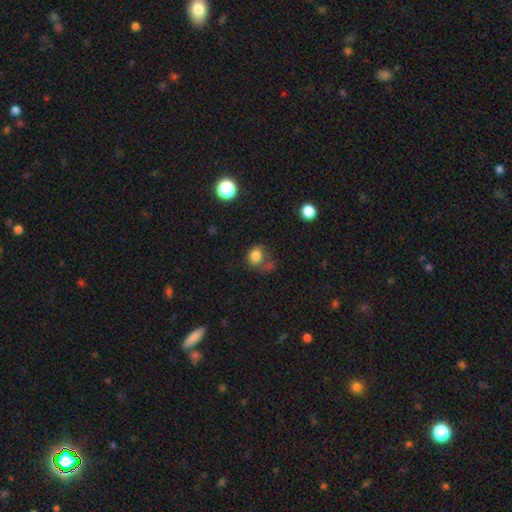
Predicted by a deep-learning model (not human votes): This appears to be a smooth galaxy with no disk features (78%) that is round (56%). Merging: none (36%).